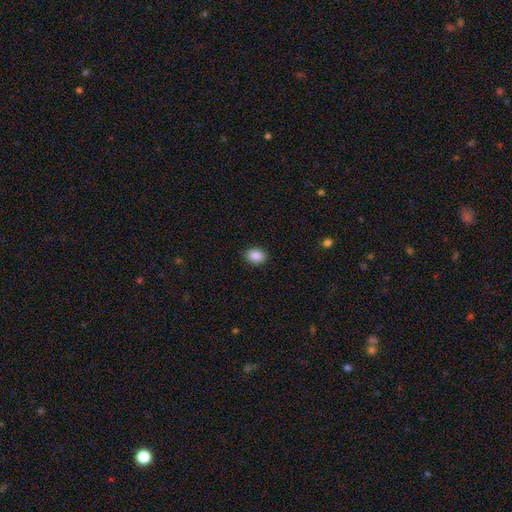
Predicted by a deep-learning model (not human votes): The model was most divided on "how rounded": in between: 69%, round: 30%, cigar-shaped: 1%. More confident: merging — none (89%); smooth or featured — smooth (89%).